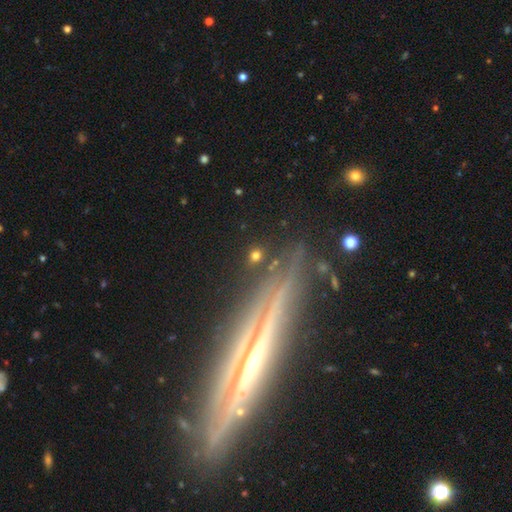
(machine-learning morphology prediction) This appears to be a smooth galaxy with no disk features (72%) that is round (79%). Merging: none (85%).